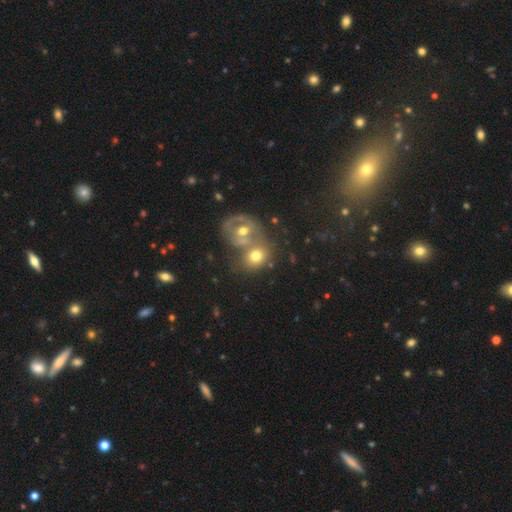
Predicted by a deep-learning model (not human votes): A smooth galaxy with no disk features (61%) that is round (62%).

Vote fractions:
- Smooth or featured? smooth: 61% / featured or disk: 29% / star or artifact: 10%
- How rounded? round: 62% / in between: 37% / cigar-shaped: 1%
- Merging? merger: 58% / none: 27% / minor disturbance: 9% / major disturbance: 6%